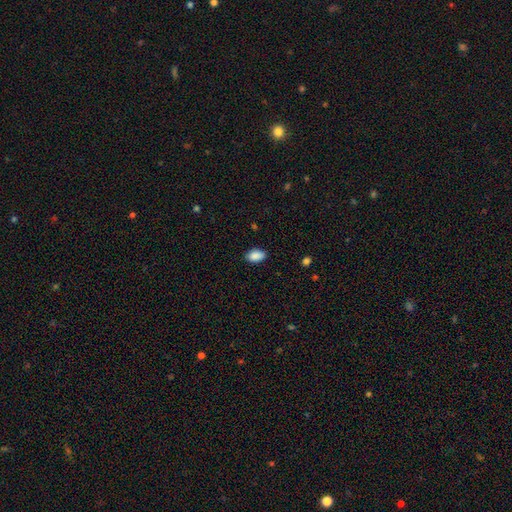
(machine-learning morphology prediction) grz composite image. It shows a smooth galaxy with no disk features (90%) that is in between round and cigar-shaped (93%). Merging: none (87%).